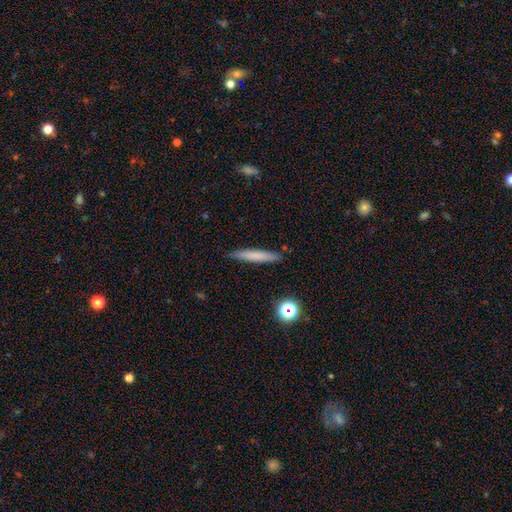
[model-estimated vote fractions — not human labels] smooth_or_featured: smooth (p=0.70) [alt: featured or disk p=0.22]
how_rounded: cigar-shaped (p=0.94) [alt: in between p=0.05]
merging: none (p=0.88) [alt: minor disturbance p=0.09]